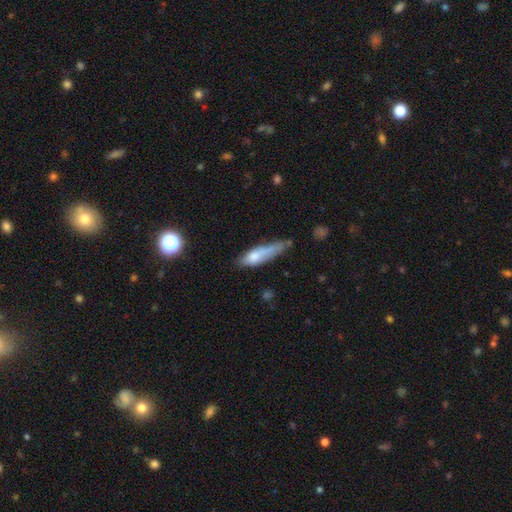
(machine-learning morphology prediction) type=smooth (66%); roundness=cigar-shaped (69%); merging=none (37%).